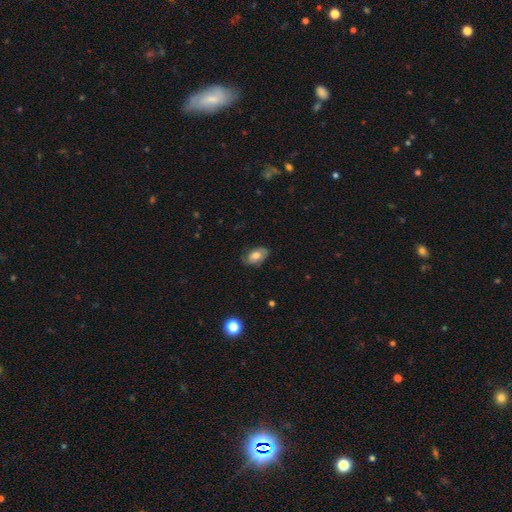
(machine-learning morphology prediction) A smooth galaxy with no disk features (55%) that is in between round and cigar-shaped (89%).

Vote fractions:
- Smooth or featured? smooth: 55% / featured or disk: 36% / star or artifact: 8%
- How rounded? in between: 89% / round: 10% / cigar-shaped: 2%
- Merging? none: 74% / minor disturbance: 20% / major disturbance: 5% / merger: 1%